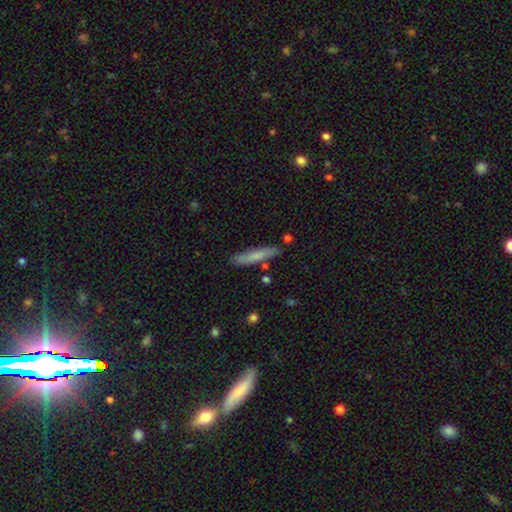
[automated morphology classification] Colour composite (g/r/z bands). It shows a smooth galaxy with no disk features (74%) that is cigar-shaped (89%). Merging: none (81%).